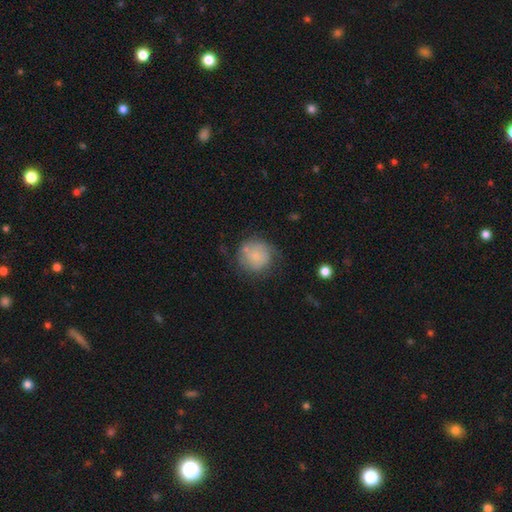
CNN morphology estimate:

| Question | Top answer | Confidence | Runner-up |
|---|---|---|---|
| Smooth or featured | smooth | 57% | featured or disk (35%) |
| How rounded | round | 89% | in between (10%) |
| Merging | none | 56% | minor disturbance (25%) |